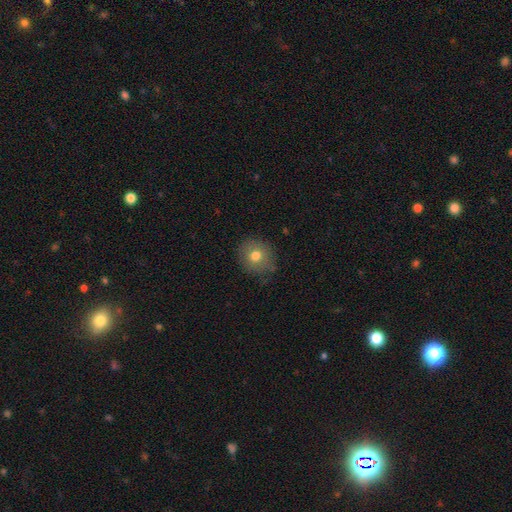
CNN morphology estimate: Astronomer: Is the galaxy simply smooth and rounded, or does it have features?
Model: smooth — 75%.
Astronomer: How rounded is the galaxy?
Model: round — 80%.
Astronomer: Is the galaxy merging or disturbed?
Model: none — 80%.